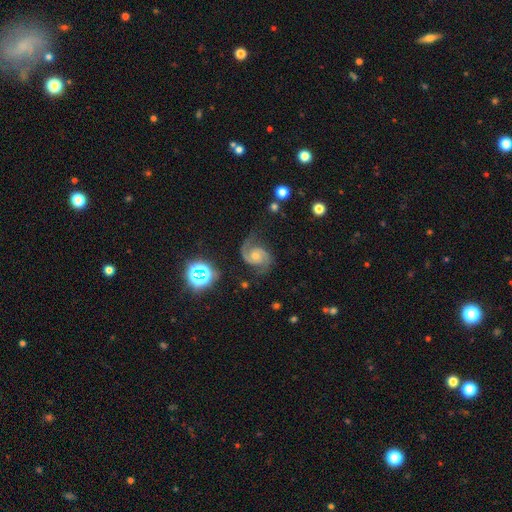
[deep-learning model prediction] The model was most divided on "bulge size": moderate: 55%, small: 37%, large: 4%, none: 3%, dominant: 1%. More confident: edge-on disk — no (98%); spiral arms — yes (98%); spiral arm count — 2 (92%); smooth or featured — featured or disk (87%); merging — none (72%); bar — no (65%); spiral winding — medium (59%).